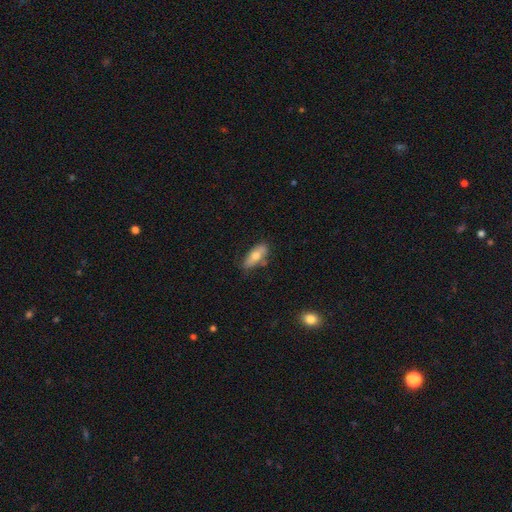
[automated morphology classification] Overall: smooth (69%). How rounded: in between (78%). Merging: none (68%).